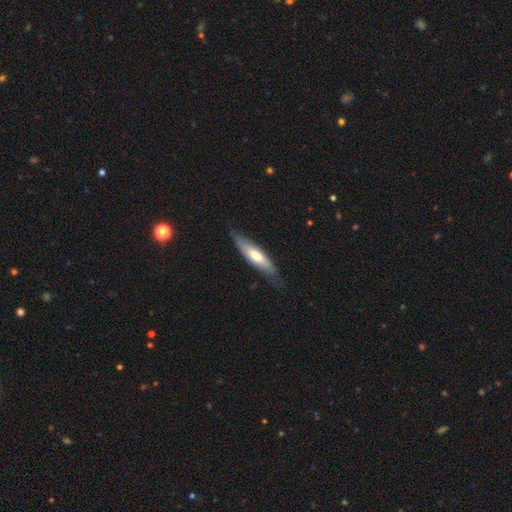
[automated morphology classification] smooth_or_featured: smooth (p=0.58) [alt: featured or disk p=0.37]
how_rounded: cigar-shaped (p=0.69) [alt: in between p=0.30]
merging: none (p=0.75) [alt: minor disturbance p=0.20]